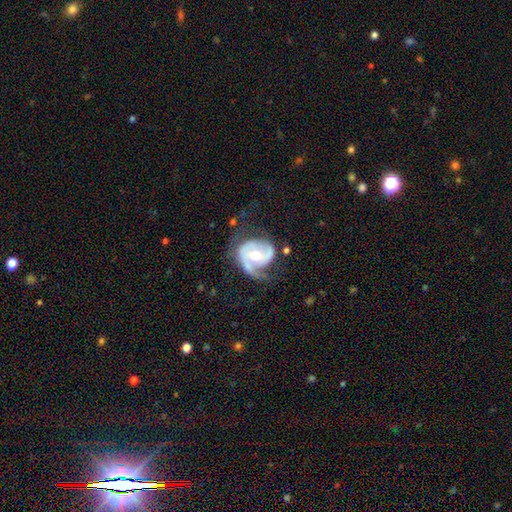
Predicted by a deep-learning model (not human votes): A featured or disk galaxy (84%) with no bar (60%), 2 (51%) medium (42%) spiral arms (93%) and a moderate central bulge (71%).

Vote fractions:
- Smooth or featured? featured or disk: 84% / smooth: 12% / star or artifact: 5%
- Edge-on disk? no: 98% / yes: 2%
- Bar? no: 60% / weak: 30% / strong: 10%
- Spiral arms? yes: 93% / no: 7%
- Spiral winding? medium: 42% / tight: 37% / loose: 21%
- Spiral arm count? 2: 51% / 1: 33% / can't tell: 8% / 3: 5% / 4: 1% / more than 4: 1%
- Bulge size? moderate: 71% / small: 22% / large: 5% / none: 1% / dominant: 1%
- Merging? none: 47% / minor disturbance: 25% / major disturbance: 25% / merger: 3%